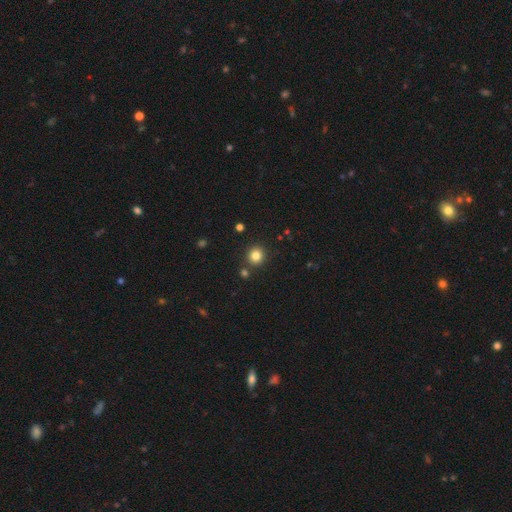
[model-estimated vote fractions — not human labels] Smooth or featured? smooth (82%)
How rounded? round (91%)
Merging? none (86%)